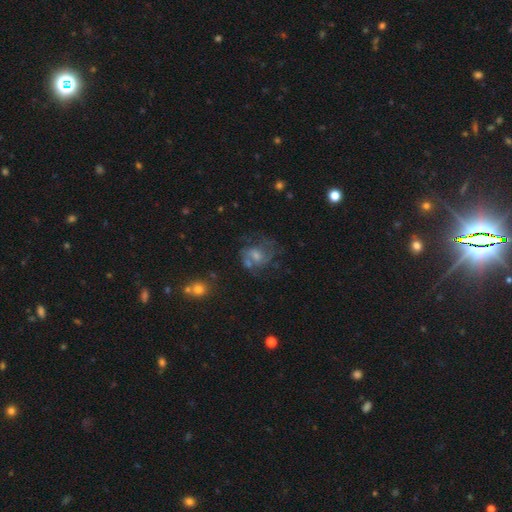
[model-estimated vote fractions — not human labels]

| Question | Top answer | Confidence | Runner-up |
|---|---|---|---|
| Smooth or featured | featured or disk | 61% | smooth (27%) |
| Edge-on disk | no | 98% | yes (2%) |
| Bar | no | 60% | weak (34%) |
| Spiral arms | yes | 77% | no (23%) |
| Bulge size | moderate | 46% | small (34%) |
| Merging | none | 45% | major disturbance (22%) |